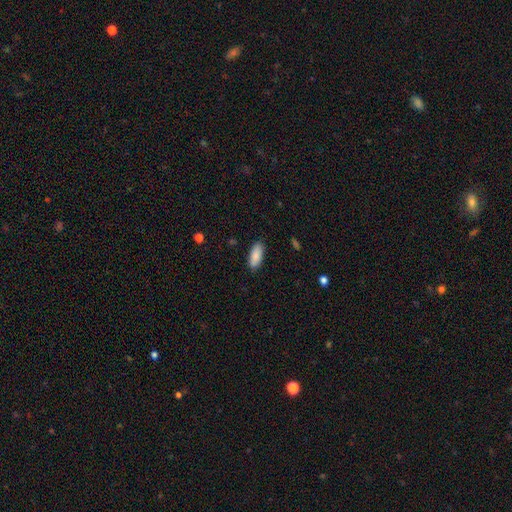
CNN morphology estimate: Overall: smooth (88%). How rounded: in between (81%). Merging: none (87%).